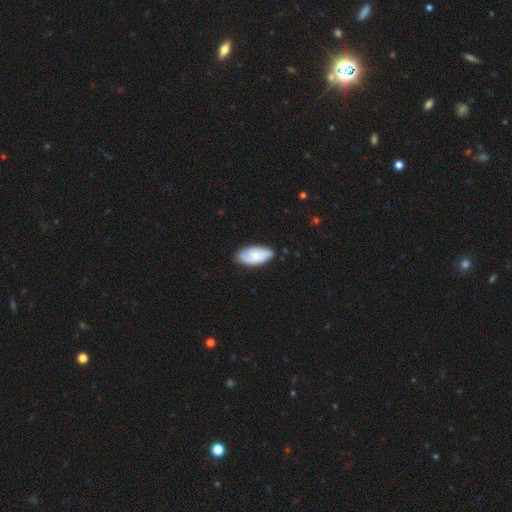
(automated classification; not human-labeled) This is likely a smooth galaxy (62%). How rounded: clearly in between (92%). Merging: likely none (75%).